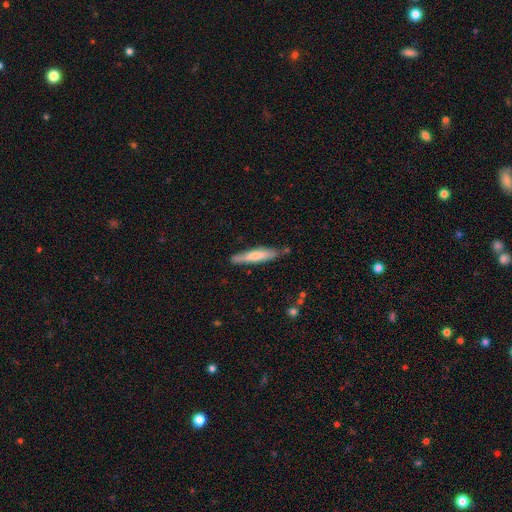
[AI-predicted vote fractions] Overall: smooth (67%; featured or disk 28%). How rounded: cigar-shaped (87%). Merging: none (76%).